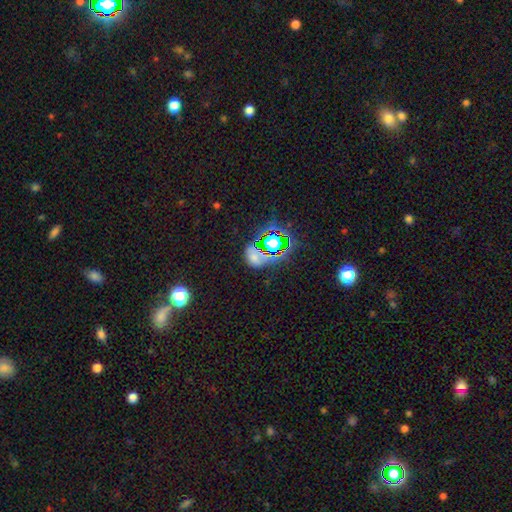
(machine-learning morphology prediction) The model was most divided on "smooth or featured": star or artifact: 48%, smooth: 39%, featured or disk: 13%.